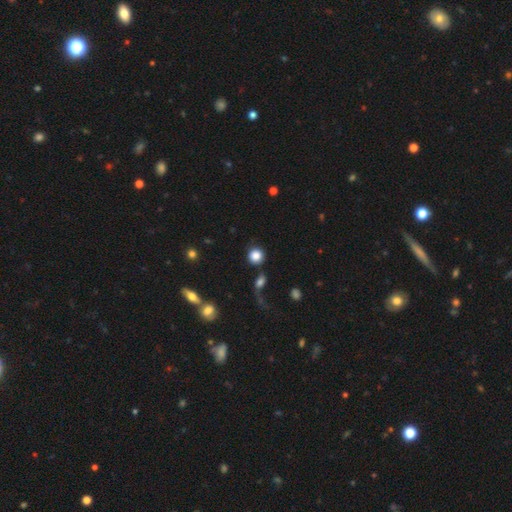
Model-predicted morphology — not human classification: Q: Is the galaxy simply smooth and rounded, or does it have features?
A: smooth — 85%.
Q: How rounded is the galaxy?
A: round — 93%.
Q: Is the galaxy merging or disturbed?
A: none — 79%.